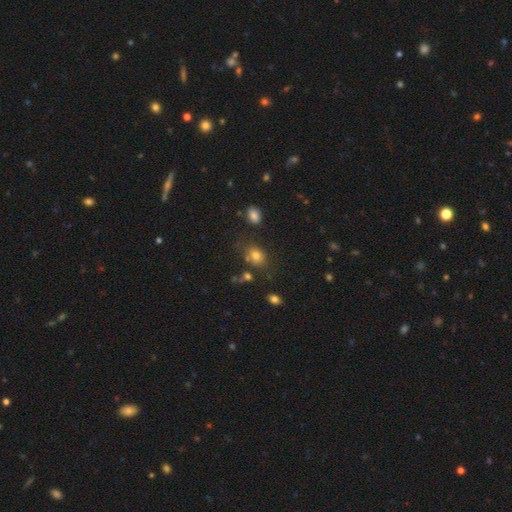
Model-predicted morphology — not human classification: Overall: smooth (76%). How rounded: in between (55%; round 44%). Merging: none (67%).